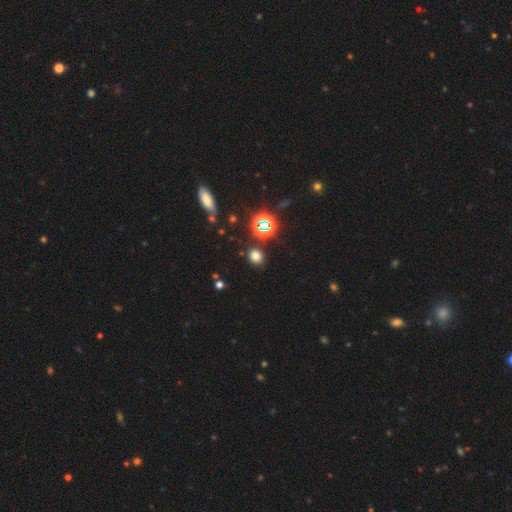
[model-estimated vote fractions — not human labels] A smooth galaxy with no disk features (67%) that is round (70%). Merging: none (85%).